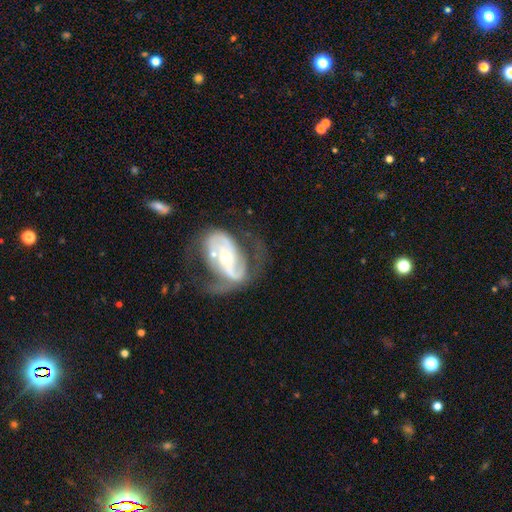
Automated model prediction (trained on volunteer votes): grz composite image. It shows a featured or disk galaxy (78%) with no bar (36%), 2 (67%) medium (39%) spiral arms (74%) and a small central bulge (47%). Merging: none (46%).